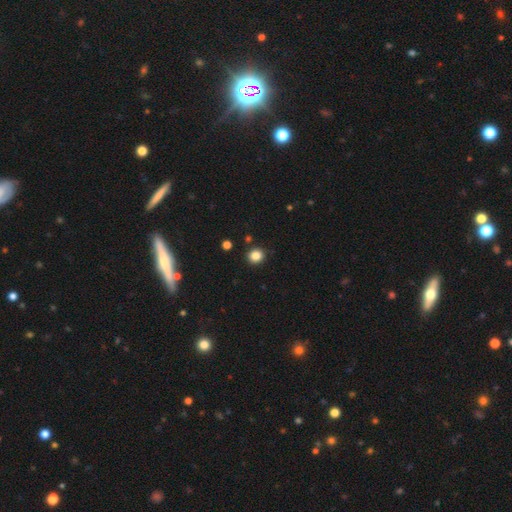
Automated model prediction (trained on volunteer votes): smooth_or_featured: smooth (p=0.85) [alt: star or artifact p=0.12]
how_rounded: round (p=0.88) [alt: in between p=0.11]
merging: none (p=0.89) [alt: minor disturbance p=0.07]